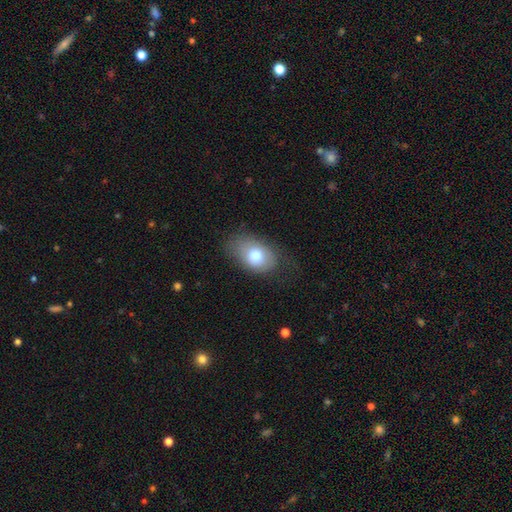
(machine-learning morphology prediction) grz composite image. It shows a smooth galaxy with no disk features (74%) that is in between round and cigar-shaped (81%). Merging: none (61%).